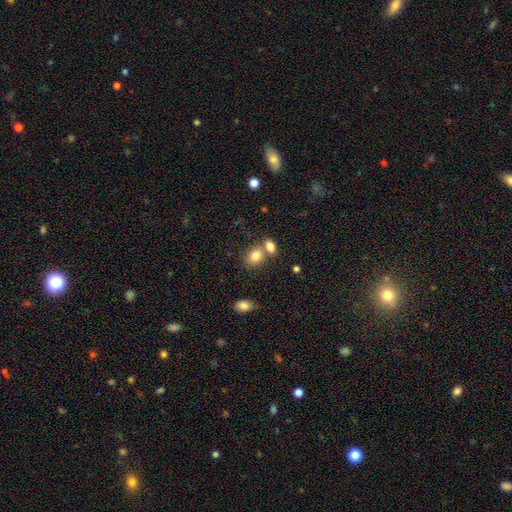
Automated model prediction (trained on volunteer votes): This appears to be a smooth galaxy with no disk features (82%) that is in between round and cigar-shaped (59%). Merging: none (46%).